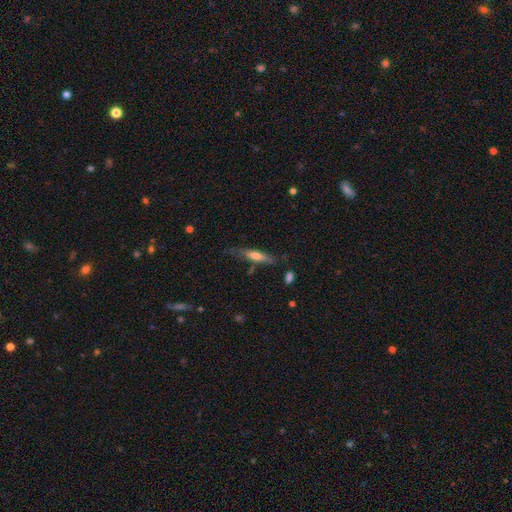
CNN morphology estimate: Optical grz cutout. It shows a smooth galaxy with no disk features (50%). Merging: none (64%).